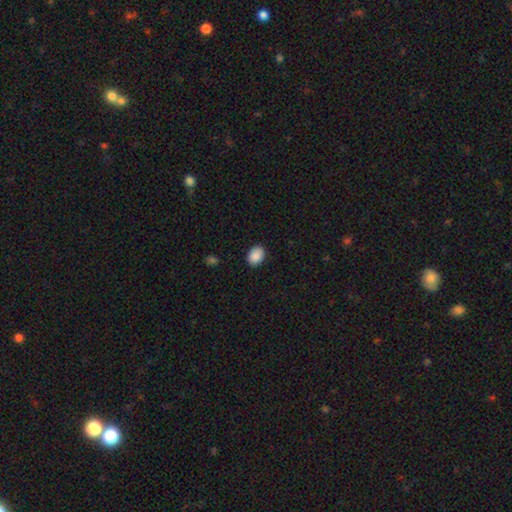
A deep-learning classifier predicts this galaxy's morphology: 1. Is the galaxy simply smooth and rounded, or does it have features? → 90% smooth, 7% star or artifact, 3% featured or disk.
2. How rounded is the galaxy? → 69% in between, 30% round, 1% cigar-shaped.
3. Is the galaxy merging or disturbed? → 89% none, 9% minor disturbance, 2% major disturbance, 1% merger.